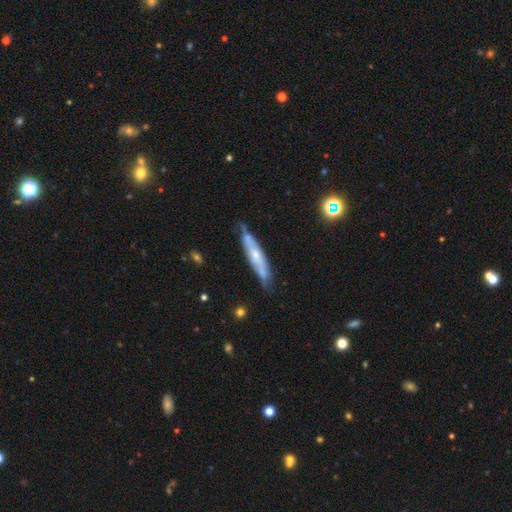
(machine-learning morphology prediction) A featured or disk galaxy (57%) viewed edge-on (64%). Merging: none (69%).